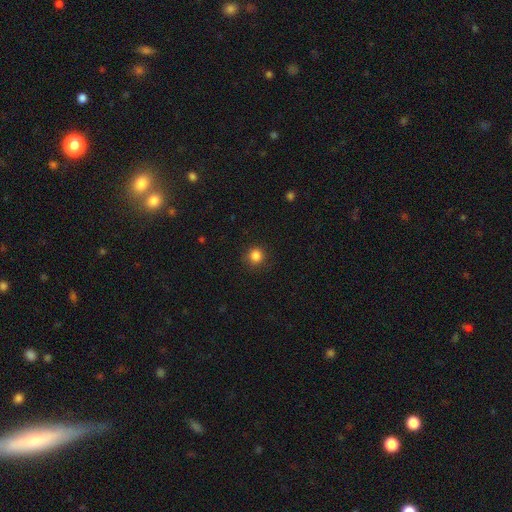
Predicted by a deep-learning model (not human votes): Smooth or featured? Predicted: smooth (p=0.85). How rounded? Predicted: round (p=0.93). Merging? Predicted: none (p=0.88).